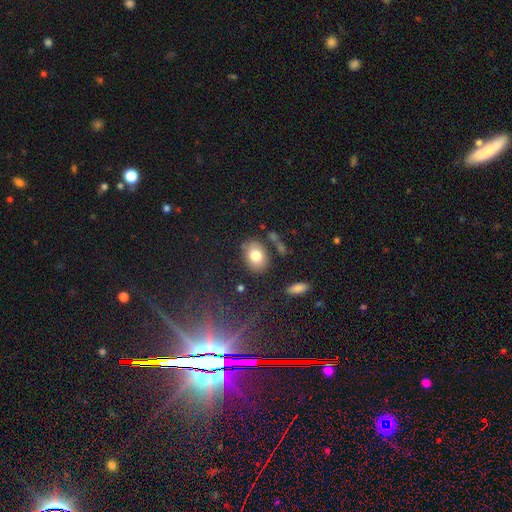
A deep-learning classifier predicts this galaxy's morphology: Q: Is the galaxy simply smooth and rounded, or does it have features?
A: smooth — 78%.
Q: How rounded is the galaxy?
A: in between — 66%.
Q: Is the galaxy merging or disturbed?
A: none — 77%.